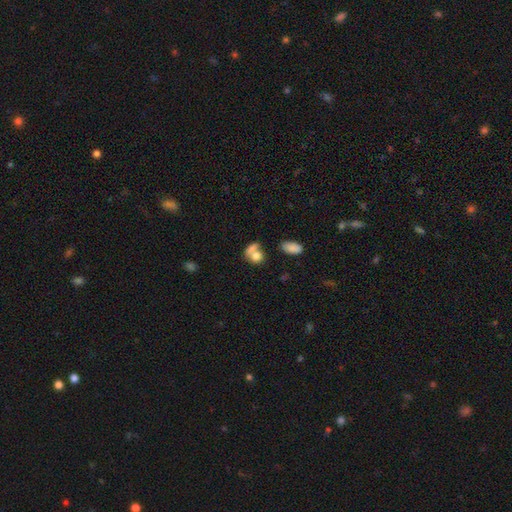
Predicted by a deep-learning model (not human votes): A smooth galaxy with no disk features (75%) that is round (53%). Merging: merger (51%).